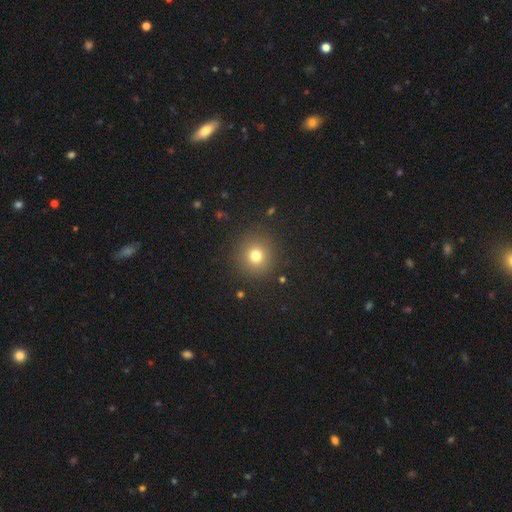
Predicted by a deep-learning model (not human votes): A smooth galaxy with no disk features (76%) that is round (93%). Merging: none (90%).